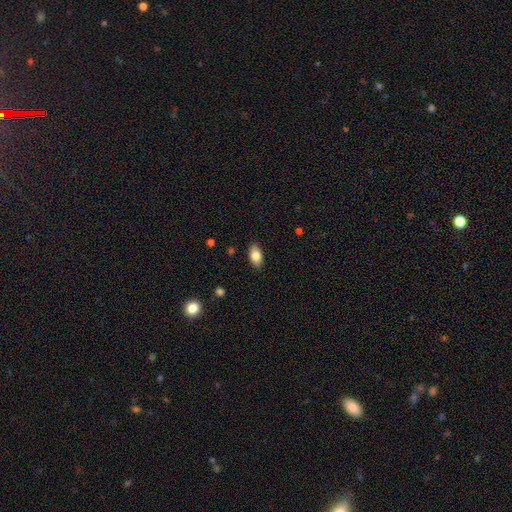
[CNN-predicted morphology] This appears to be a smooth galaxy with no disk features (83%) that is in between round and cigar-shaped (91%). Merging: none (87%).